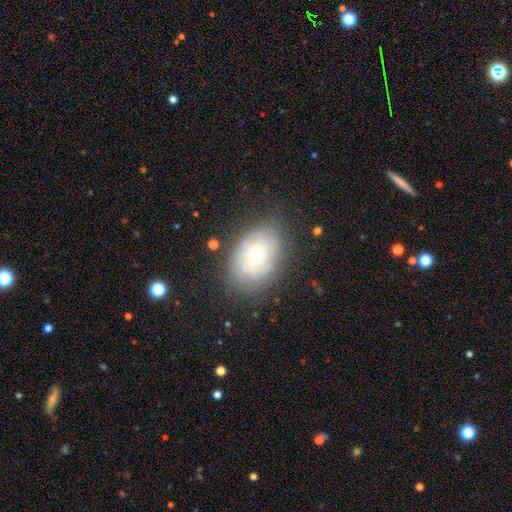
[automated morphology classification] Smooth or featured?
  - featured or disk: 59% *
  - smooth: 32%
  - star or artifact: 9%
Edge-on disk?
  - no: 94% *
  - yes: 6%
Bar?
  - no: 75% *
  - weak: 20%
  - strong: 5%
Spiral arms?
  - yes: 60% *
  - no: 40%
Bulge size?
  - moderate: 73% *
  - small: 16%
  - large: 9%
  - dominant: 1%
  - none: 1%
Merging?
  - none: 72% *
  - minor disturbance: 20%
  - major disturbance: 7%
  - merger: 2%